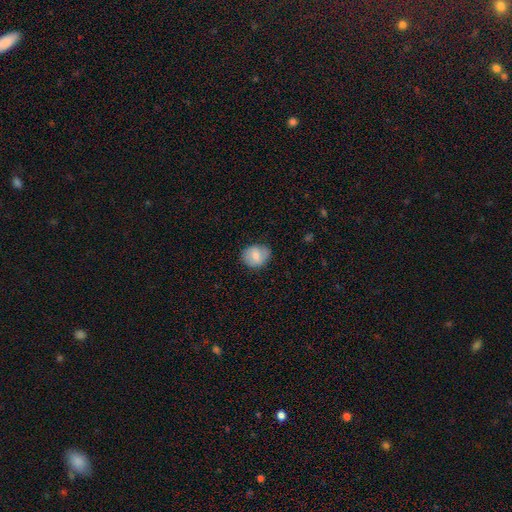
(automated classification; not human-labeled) A smooth galaxy with no disk features (71%) that is round (64%). Merging: none (78%).